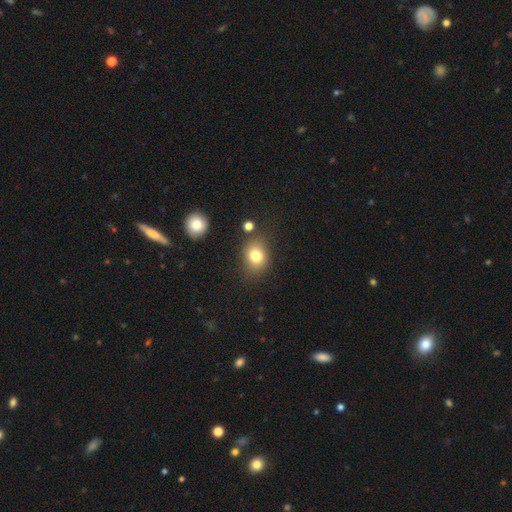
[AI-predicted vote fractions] This is likely a smooth galaxy (78%). How rounded: possibly round (54%). Merging: likely none (76%).